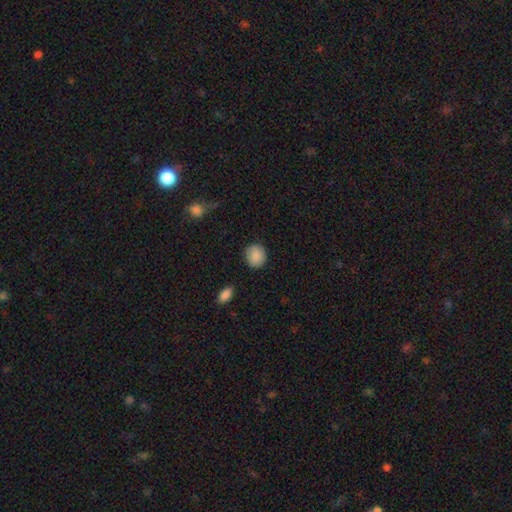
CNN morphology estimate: A smooth galaxy with no disk features (88%) that is round (84%).

Vote fractions:
- Smooth or featured? smooth: 88% / star or artifact: 8% / featured or disk: 4%
- How rounded? round: 84% / in between: 15% / cigar-shaped: 1%
- Merging? none: 86% / minor disturbance: 10% / major disturbance: 3% / merger: 1%